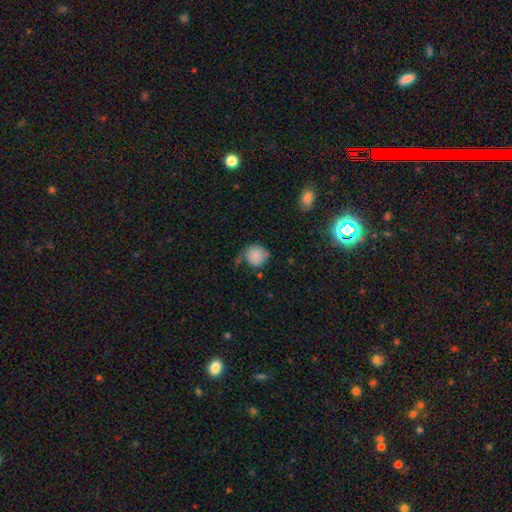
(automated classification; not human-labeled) smooth_or_featured: smooth (p=0.81) [alt: featured or disk p=0.10]
how_rounded: round (p=0.90) [alt: in between p=0.09]
merging: none (p=0.58) [alt: minor disturbance p=0.28]